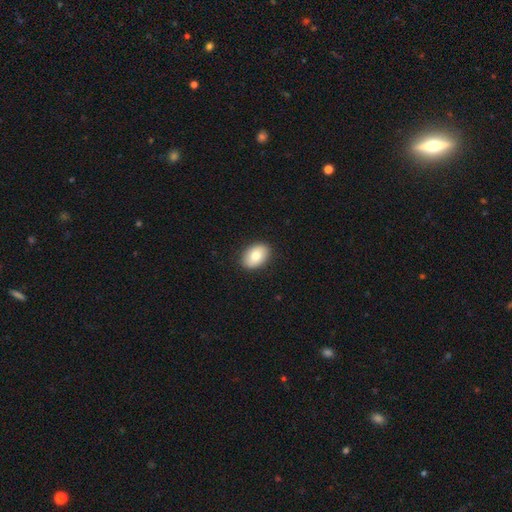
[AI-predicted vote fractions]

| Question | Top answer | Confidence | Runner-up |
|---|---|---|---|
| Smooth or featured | smooth | 81% | featured or disk (12%) |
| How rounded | in between | 83% | round (16%) |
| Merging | none | 89% | minor disturbance (8%) |